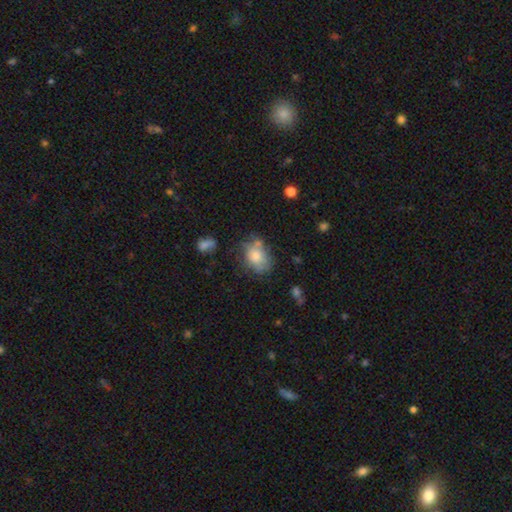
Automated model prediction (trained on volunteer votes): A smooth galaxy with no disk features (71%) that is in between round and cigar-shaped (72%). Merging: none (51%).